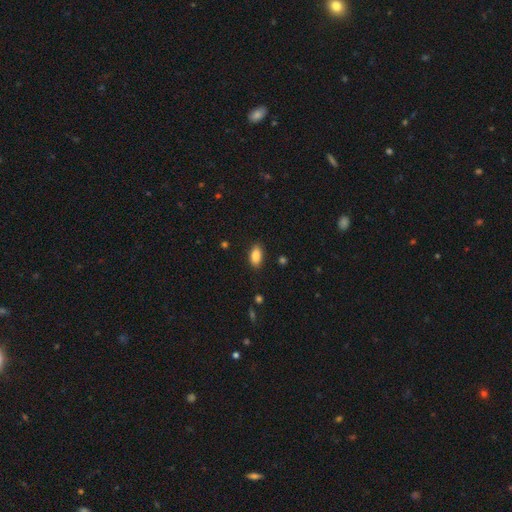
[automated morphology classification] Smooth or featured? Predicted: smooth (p=0.87). How rounded? Predicted: in between (p=0.91). Merging? Predicted: none (p=0.87).